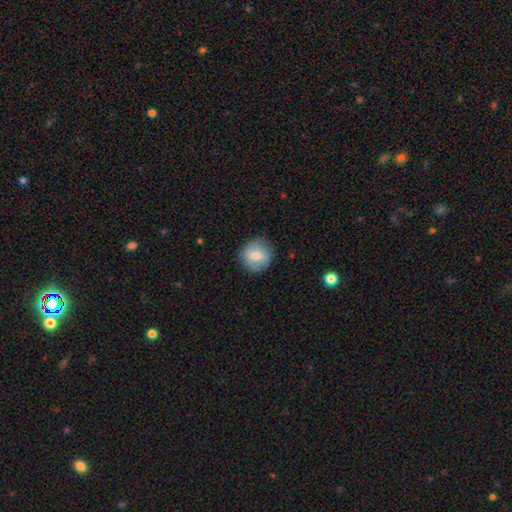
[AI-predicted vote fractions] A smooth galaxy with no disk features (68%) that is round (91%). Merging: none (85%).